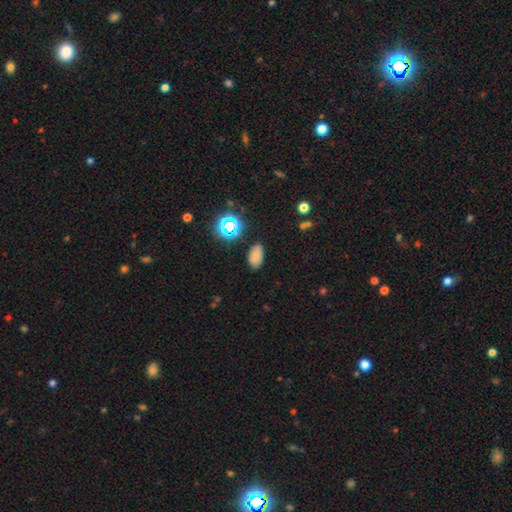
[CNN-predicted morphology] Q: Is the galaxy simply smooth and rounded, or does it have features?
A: smooth — 75%.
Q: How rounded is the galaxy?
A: in between — 90%.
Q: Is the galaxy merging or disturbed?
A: none — 83%.